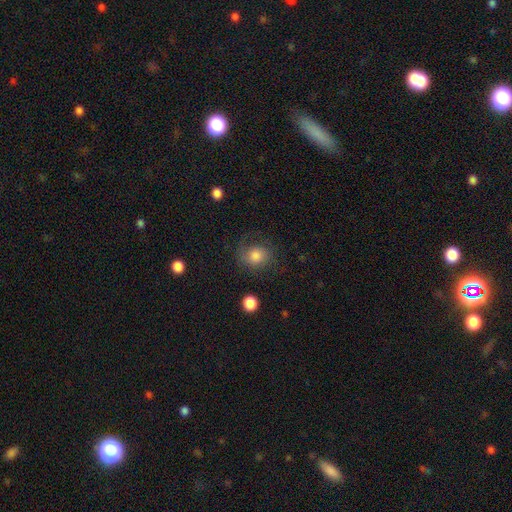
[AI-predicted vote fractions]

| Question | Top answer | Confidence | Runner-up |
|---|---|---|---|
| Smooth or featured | smooth | 66% | featured or disk (25%) |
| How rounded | round | 71% | in between (28%) |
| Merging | none | 60% | minor disturbance (20%) |